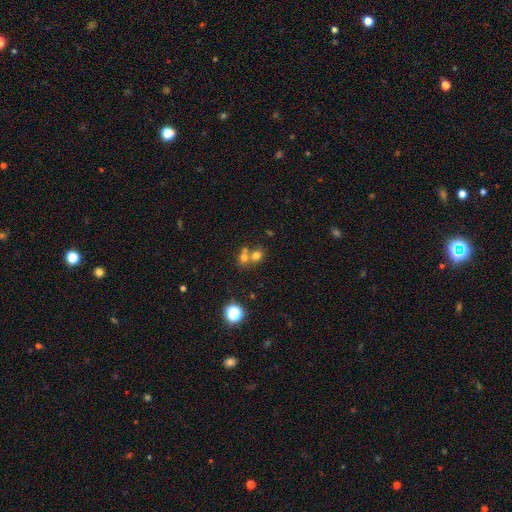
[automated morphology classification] This is likely a smooth galaxy (67%). How rounded: likely round (74%). Merging: possibly merger (54%).